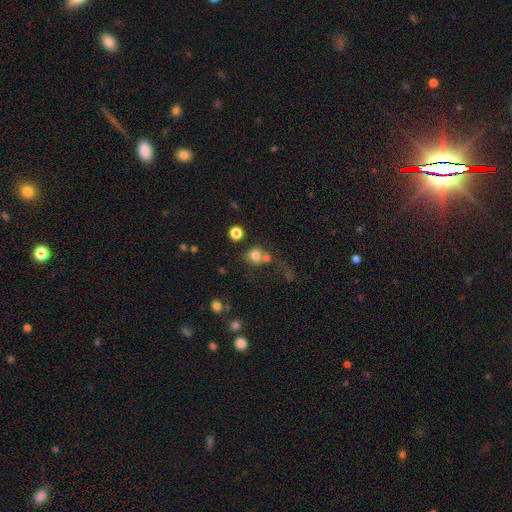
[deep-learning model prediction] A smooth galaxy with no disk features (76%) that is round (82%). Merging: none (45%).